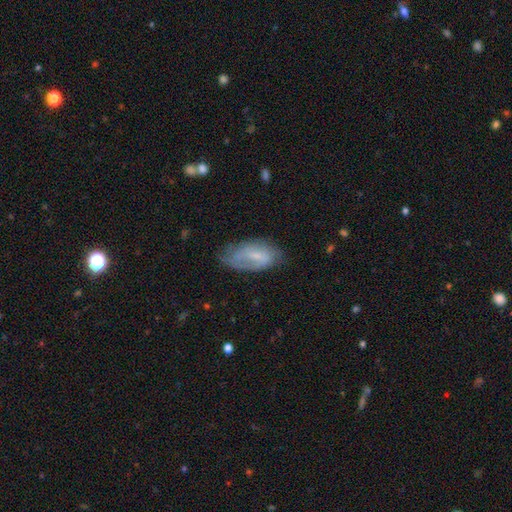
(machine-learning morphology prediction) Smooth or featured: featured or disk — 47% (smooth — 46%)
Merging: none — 51% (minor disturbance — 33%)